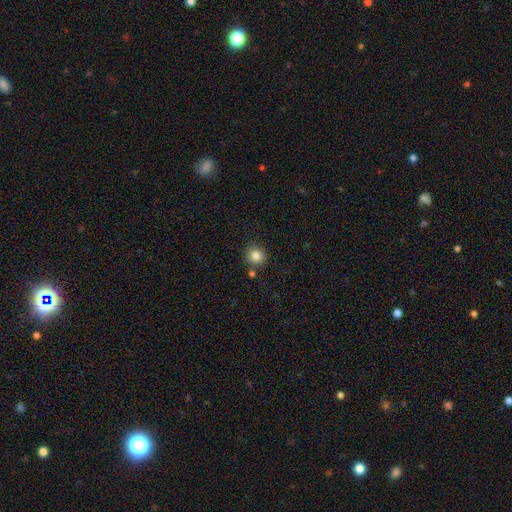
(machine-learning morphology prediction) Overall: smooth (83%). How rounded: round (93%). Merging: none (83%).